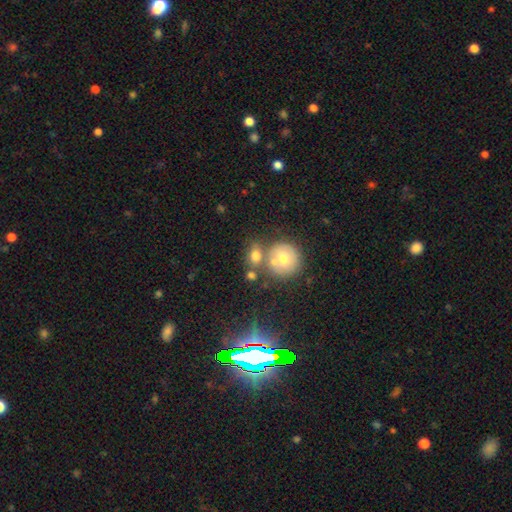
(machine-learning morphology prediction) Q: Smooth or featured?
A: smooth (70%); runner-up: featured or disk (19%)
Q: How rounded?
A: round (64%); runner-up: in between (34%)
Q: Merging?
A: none (45%); runner-up: merger (37%)